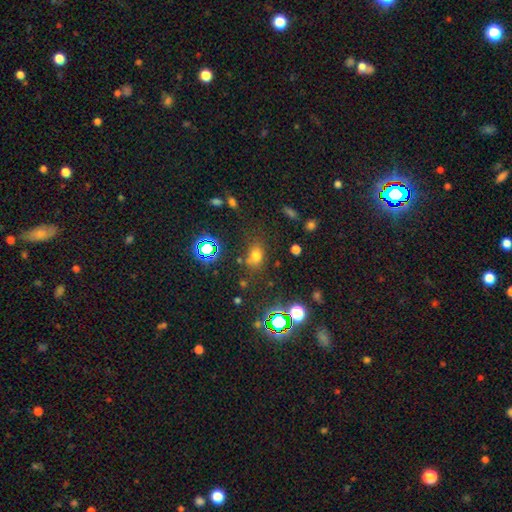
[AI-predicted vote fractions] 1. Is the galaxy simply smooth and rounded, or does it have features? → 66% smooth, 25% star or artifact, 9% featured or disk.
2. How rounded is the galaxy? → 58% in between, 40% round, 2% cigar-shaped.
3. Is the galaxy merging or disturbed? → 68% none, 16% minor disturbance, 9% merger, 8% major disturbance.